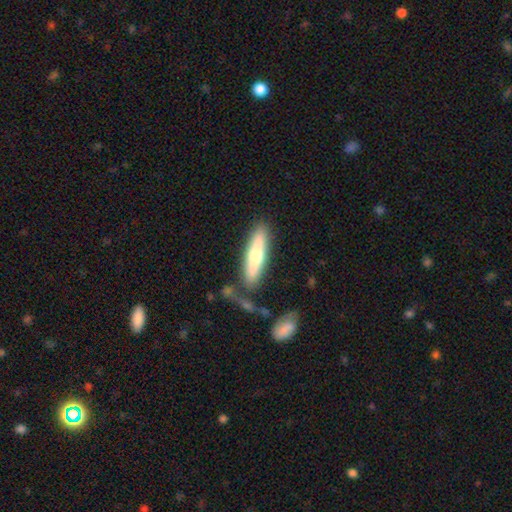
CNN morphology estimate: Smooth or featured? Predicted: smooth (p=0.54). How rounded? Predicted: cigar-shaped (p=0.74). Merging? Predicted: none (p=0.74).